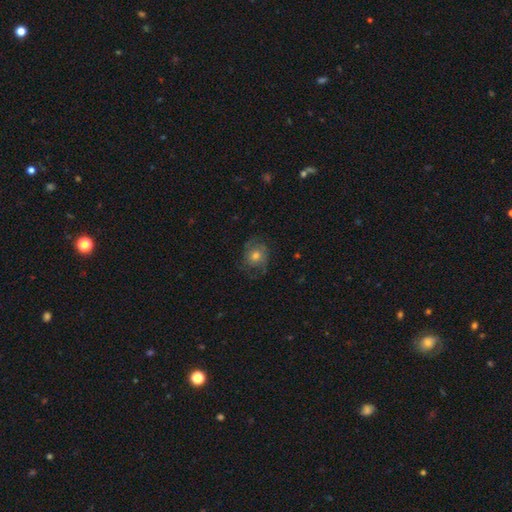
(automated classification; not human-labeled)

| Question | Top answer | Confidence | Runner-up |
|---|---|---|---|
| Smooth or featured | featured or disk | 56% | smooth (32%) |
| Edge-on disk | no | 97% | yes (3%) |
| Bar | no | 77% | weak (20%) |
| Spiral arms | yes | 84% | no (16%) |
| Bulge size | moderate | 62% | small (22%) |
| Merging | none | 72% | minor disturbance (16%) |